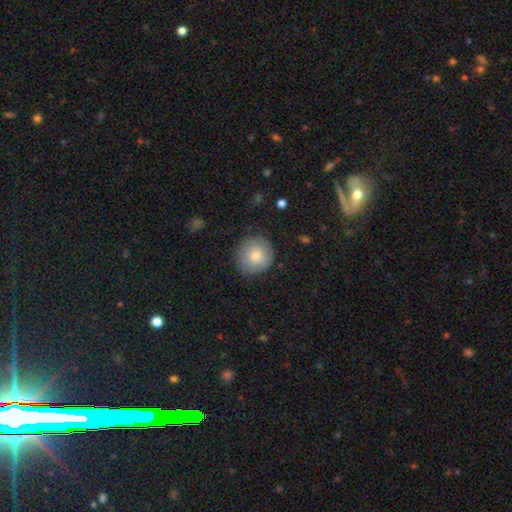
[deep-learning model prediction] Overall: smooth (79%). How rounded: round (89%). Merging: none (81%).